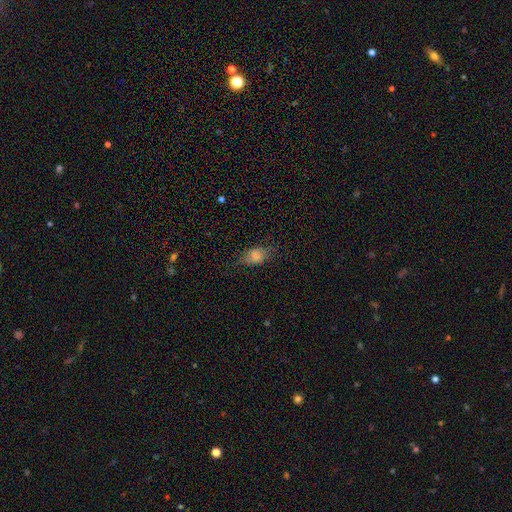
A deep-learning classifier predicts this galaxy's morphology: Overall: smooth (74%). How rounded: in between (78%). Merging: none (63%; minor disturbance 24%).